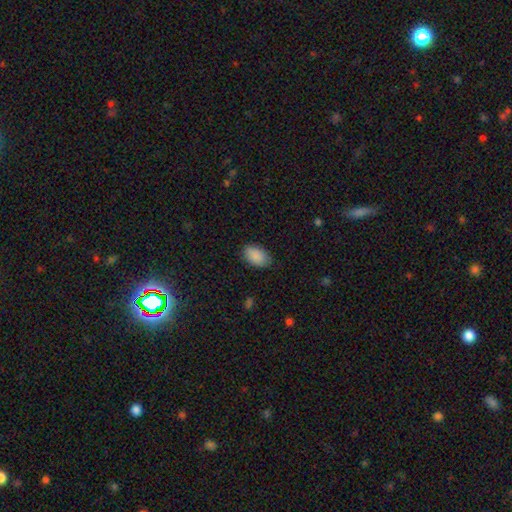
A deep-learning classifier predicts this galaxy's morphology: Smooth or featured: smooth — 90% (star or artifact — 7%)
How rounded: in between — 92% (round — 6%)
Merging: none — 84% (minor disturbance — 12%)